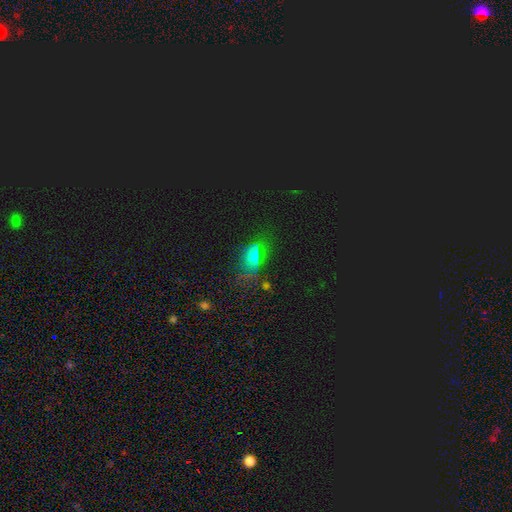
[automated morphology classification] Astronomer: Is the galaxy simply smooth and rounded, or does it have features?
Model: smooth — 58%.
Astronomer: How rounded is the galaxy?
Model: in between — 77%.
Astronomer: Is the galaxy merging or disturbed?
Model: none — 61%.